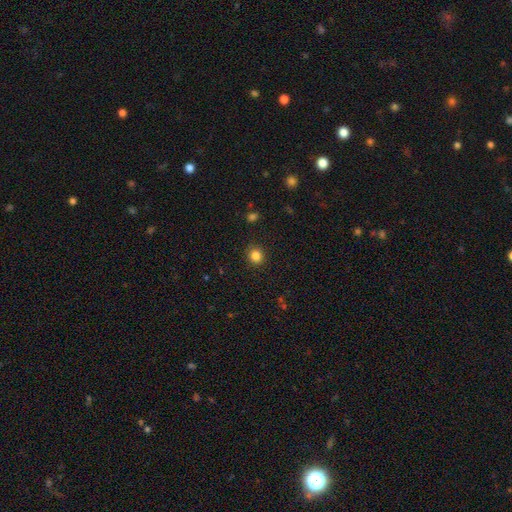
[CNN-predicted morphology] smooth-or-featured: smooth: 84% | star or artifact: 12% | featured or disk: 4%
  how-rounded: round: 86% | in between: 13% | cigar-shaped: 1%
  merging: none: 90% | minor disturbance: 7% | major disturbance: 2% | merger: 1%